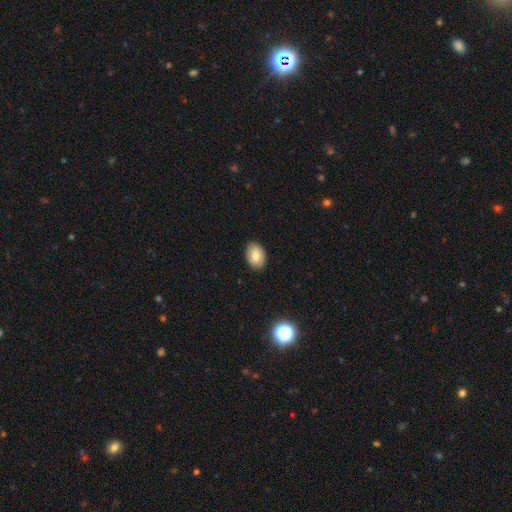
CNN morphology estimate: Smooth or featured? Predicted: smooth (p=0.77). How rounded? Predicted: in between (p=0.79). Merging? Predicted: none (p=0.88).